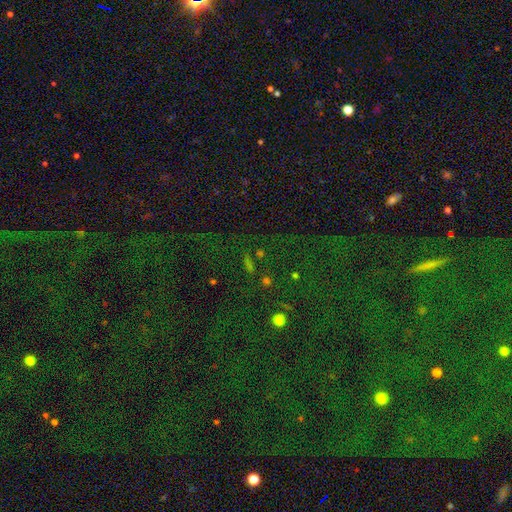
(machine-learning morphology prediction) Q: Smooth or featured?
A: star or artifact (77%); runner-up: smooth (14%)